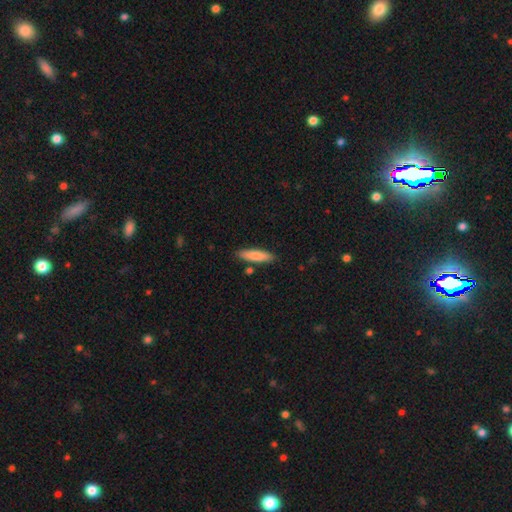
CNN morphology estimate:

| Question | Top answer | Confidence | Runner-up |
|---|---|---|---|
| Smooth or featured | smooth | 82% | featured or disk (13%) |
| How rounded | cigar-shaped | 75% | in between (23%) |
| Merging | none | 85% | minor disturbance (9%) |